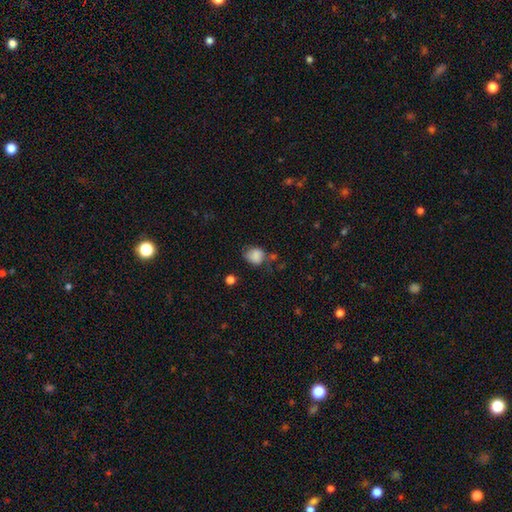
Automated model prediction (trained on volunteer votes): This appears to be a smooth galaxy with no disk features (82%) that is round (61%). Merging: none (51%).